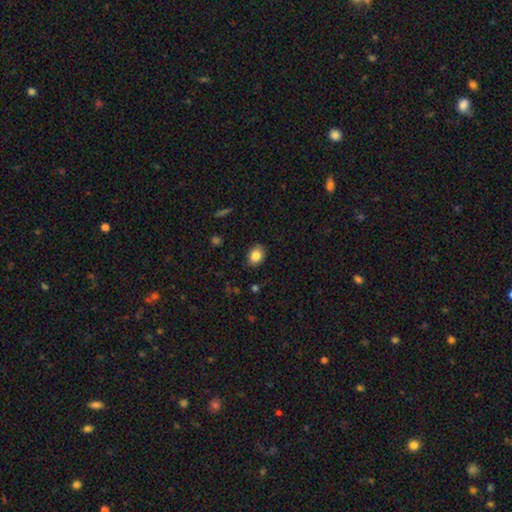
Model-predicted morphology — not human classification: Smooth or featured: smooth — 84% (star or artifact — 9%)
How rounded: in between — 63% (round — 36%)
Merging: none — 88% (minor disturbance — 9%)